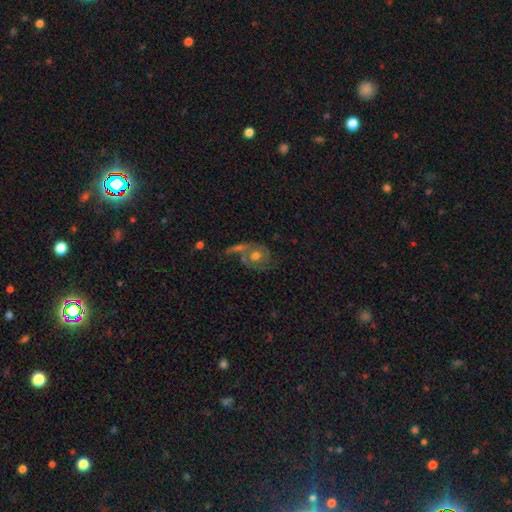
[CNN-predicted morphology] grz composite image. It shows a featured or disk galaxy (57%) with no bar (83%), spiral arms (66%) and a moderate central bulge (70%). Merging: none (43%).